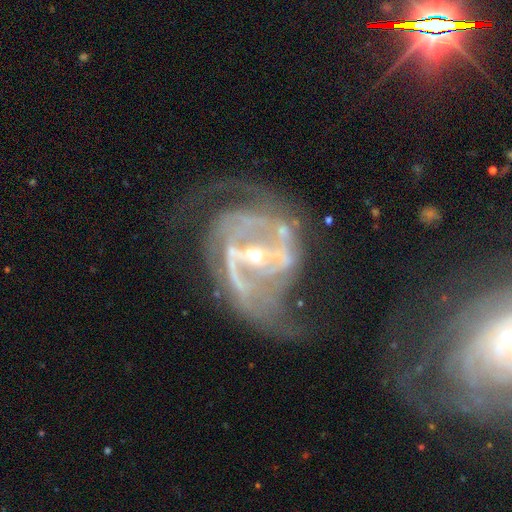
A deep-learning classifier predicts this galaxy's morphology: Q: Smooth or featured?
A: featured or disk (90%); runner-up: star or artifact (6%)
Q: Edge-on disk?
A: no (97%); runner-up: yes (3%)
Q: Bar?
A: strong (61%); runner-up: weak (27%)
Q: Spiral arms?
A: yes (95%); runner-up: no (5%)
Q: Spiral winding?
A: medium (50%); runner-up: loose (27%)
Q: Spiral arm count?
A: 2 (71%); runner-up: can't tell (10%)
Q: Bulge size?
A: small (74%); runner-up: moderate (22%)
Q: Merging?
A: none (48%); runner-up: major disturbance (29%)